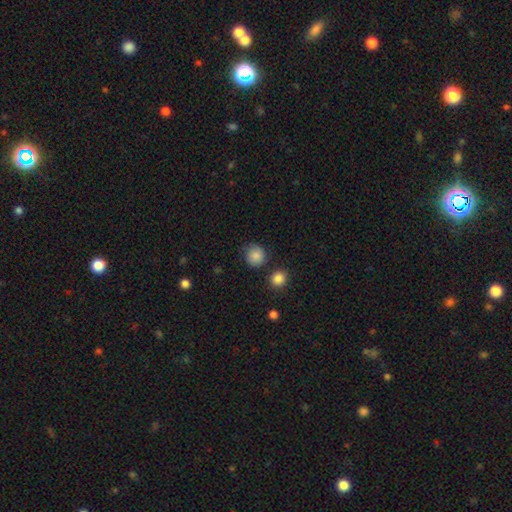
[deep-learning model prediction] This appears to be a smooth galaxy with no disk features (84%) that is round (88%). Merging: none (76%).